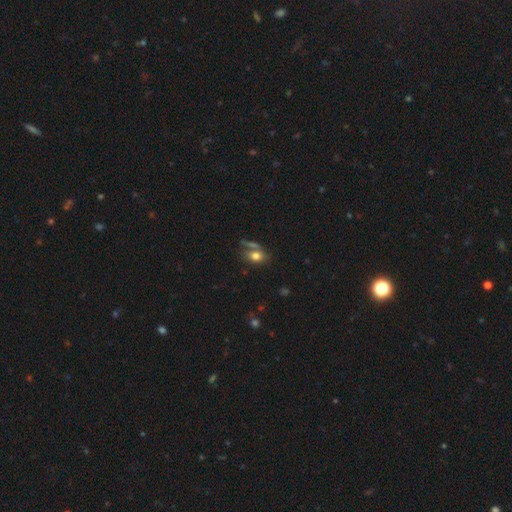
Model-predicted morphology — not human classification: A smooth galaxy with no disk features (75%) that is in between round and cigar-shaped (76%). Merging: none (54%).